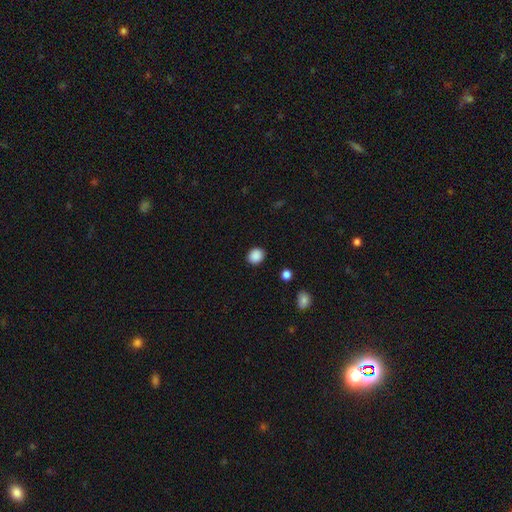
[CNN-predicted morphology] This is clearly a smooth galaxy (88%). How rounded: likely round (72%). Merging: clearly none (89%).